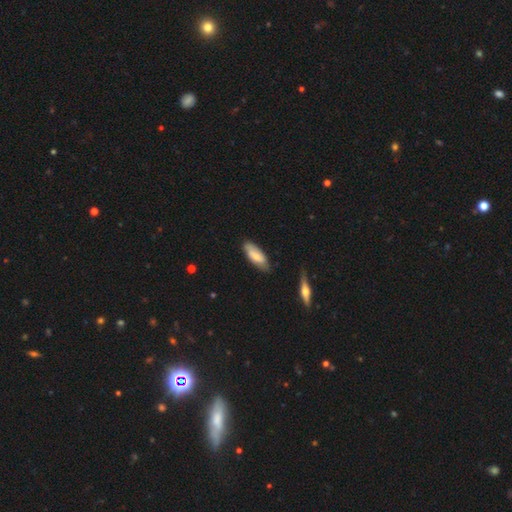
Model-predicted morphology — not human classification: This appears to be a smooth galaxy with no disk features (66%) that is in between round and cigar-shaped (74%). Merging: none (75%).